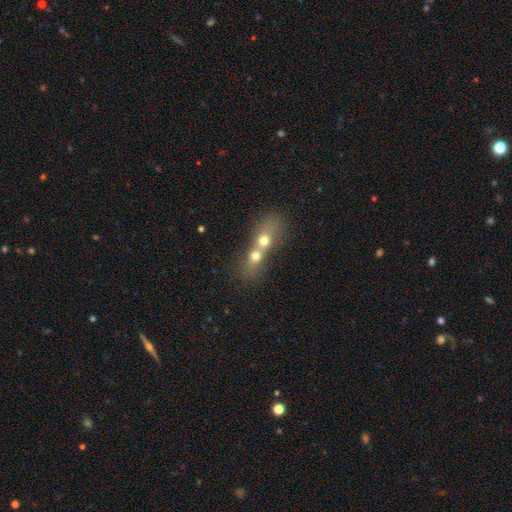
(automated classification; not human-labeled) This appears to be a smooth galaxy with no disk features (56%) that is in between round and cigar-shaped (48%). Merging: merger (67%).